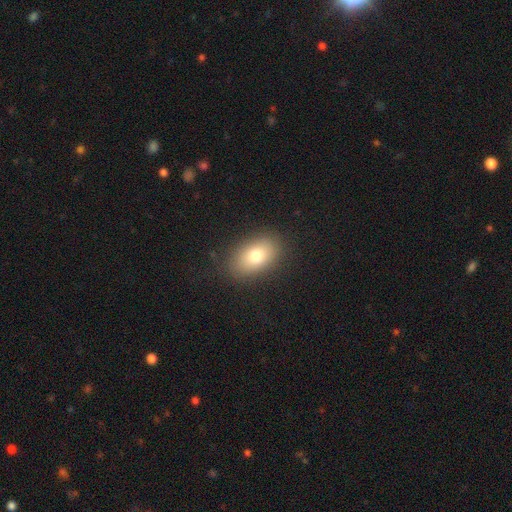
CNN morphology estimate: A smooth galaxy with no disk features (77%) that is in between round and cigar-shaped (87%).

Vote fractions:
- Smooth or featured? smooth: 77% / featured or disk: 14% / star or artifact: 9%
- How rounded? in between: 87% / round: 12% / cigar-shaped: 2%
- Merging? none: 86% / minor disturbance: 10% / major disturbance: 3% / merger: 1%